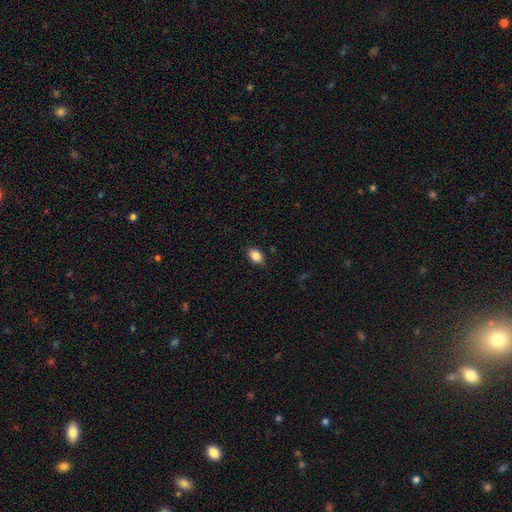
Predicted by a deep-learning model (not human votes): smooth 86%, star or artifact 9%, featured or disk 5%. Down the decision tree: how rounded — in between (79%); merging — none (80%).